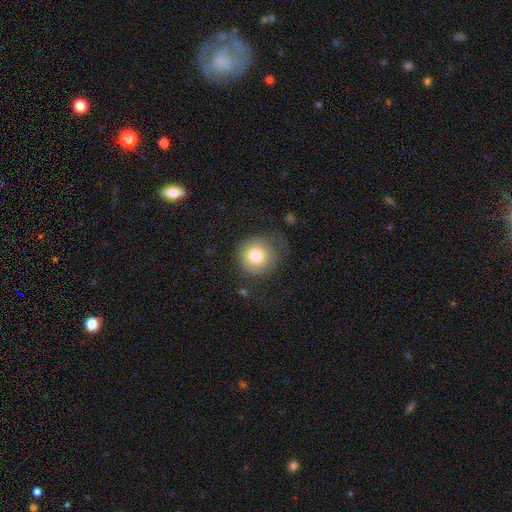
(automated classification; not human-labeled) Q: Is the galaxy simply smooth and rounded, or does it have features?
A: smooth — 77%.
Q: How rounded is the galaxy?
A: round — 91%.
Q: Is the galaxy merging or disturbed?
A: none — 64%.